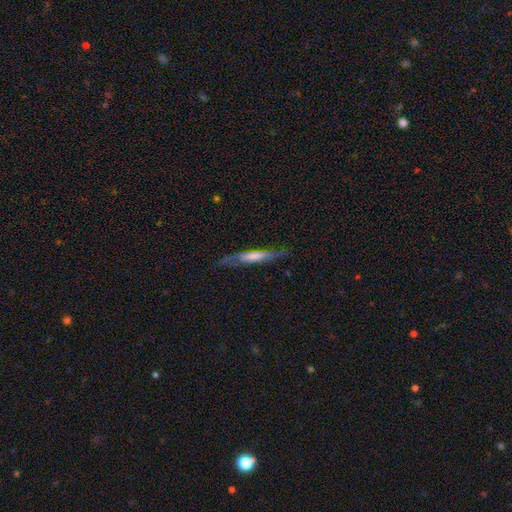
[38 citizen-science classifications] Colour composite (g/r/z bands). It shows a featured or disk galaxy (50%) viewed edge-on (68%) with no central bulge (54%). Merging: none (69%).